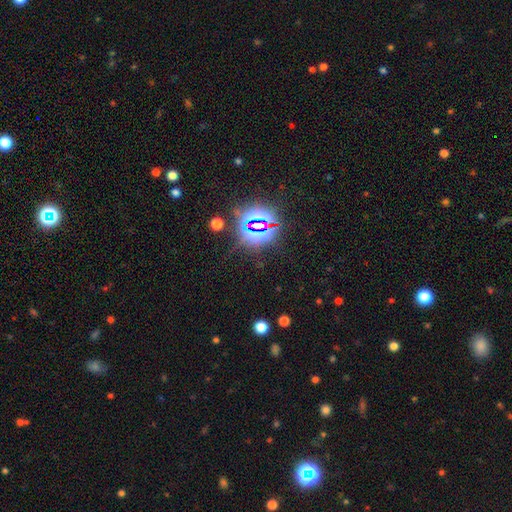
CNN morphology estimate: smooth-or-featured: star or artifact: 84% | smooth: 10% | featured or disk: 6%